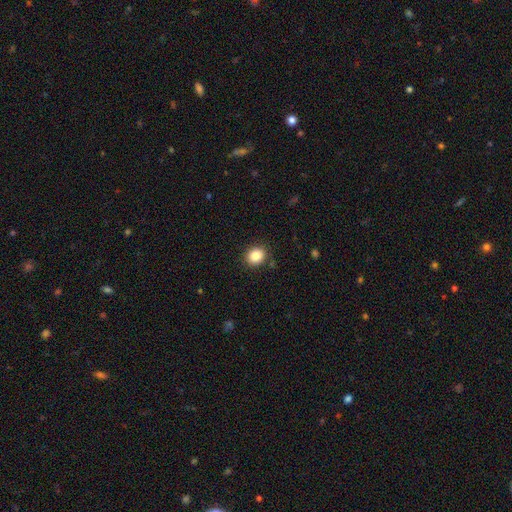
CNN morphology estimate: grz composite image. It shows a smooth galaxy with no disk features (86%) that is round (67%). Merging: none (88%).